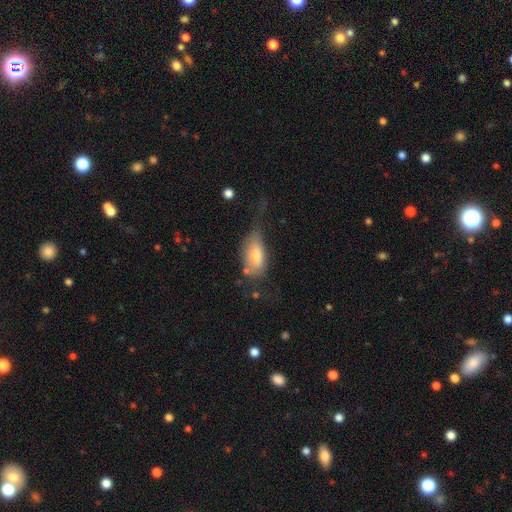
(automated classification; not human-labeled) Q: Smooth or featured?
A: smooth (68%); runner-up: featured or disk (25%)
Q: How rounded?
A: in between (88%); runner-up: cigar-shaped (7%)
Q: Merging?
A: major disturbance (33%); runner-up: minor disturbance (31%)